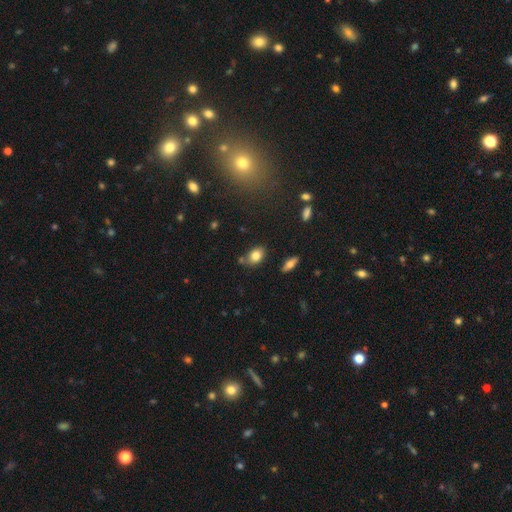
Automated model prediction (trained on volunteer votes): smooth-or-featured: smooth: 81% | featured or disk: 10% | star or artifact: 9%
  how-rounded: in between: 77% | round: 21% | cigar-shaped: 2%
  merging: none: 62% | minor disturbance: 21% | merger: 13% | major disturbance: 5%